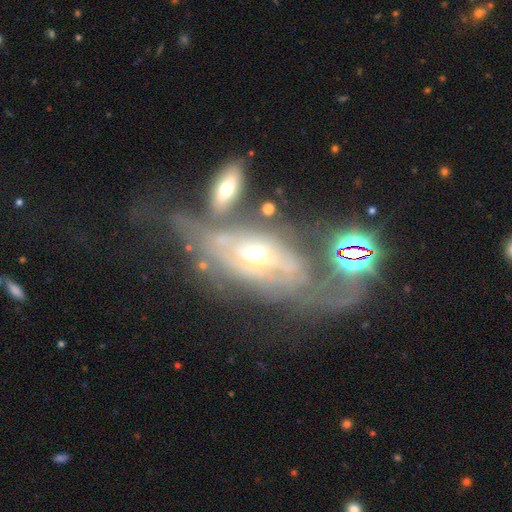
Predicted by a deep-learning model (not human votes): The model was most divided on "merging": major disturbance: 29%, merger: 28%, none: 27%, minor disturbance: 17%. More confident: edge-on disk — no (79%); smooth or featured — featured or disk (72%); bar — no (68%); bulge size — moderate (58%); spiral arms — yes (55%).